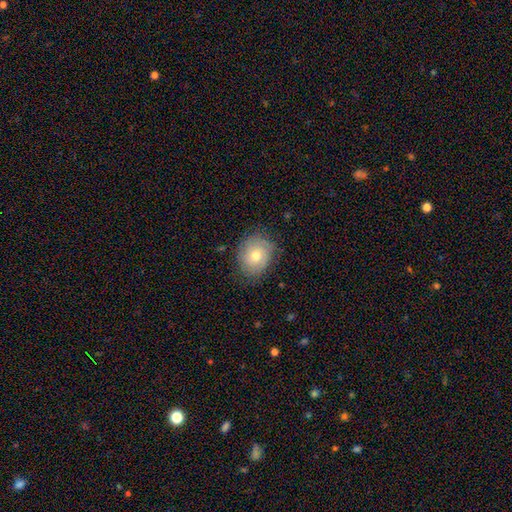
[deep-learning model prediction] smooth 59%, featured or disk 32%, star or artifact 9%. Down the decision tree: how rounded — round (66%); merging — none (74%).